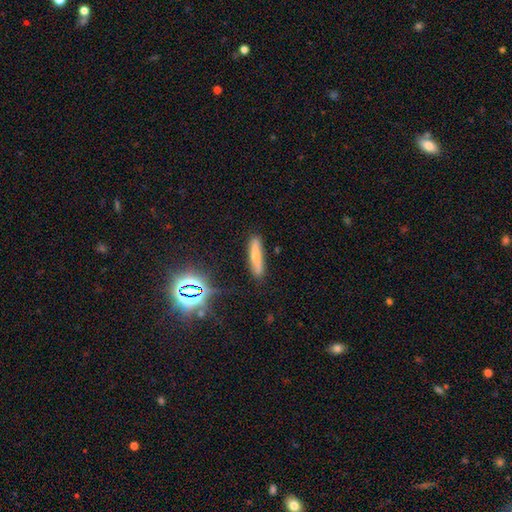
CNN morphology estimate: The model was most divided on "smooth or featured": smooth: 62%, featured or disk: 25%, star or artifact: 12%. More confident: how rounded — cigar-shaped (87%); merging — none (81%).